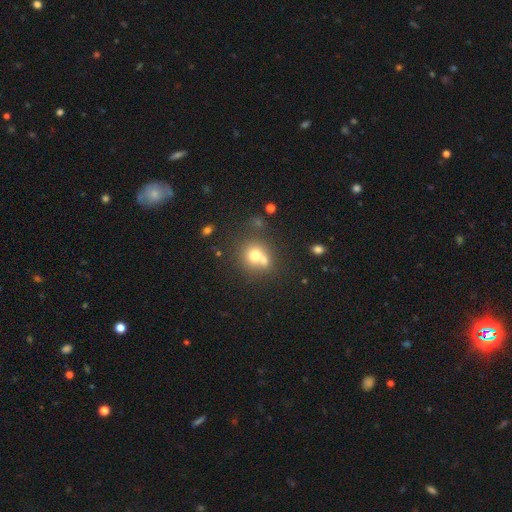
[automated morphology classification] This appears to be a smooth galaxy with no disk features (69%) that is round (81%). Merging: merger (45%).